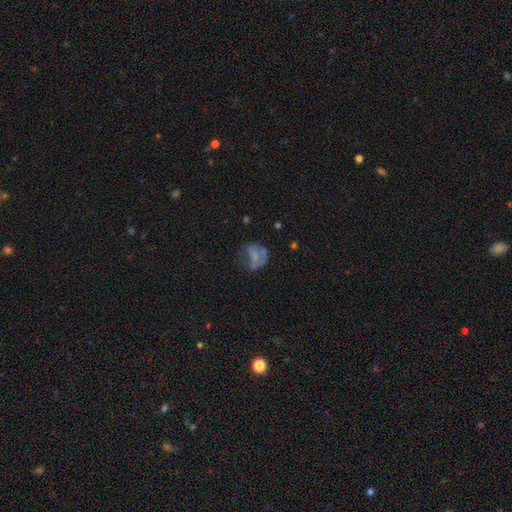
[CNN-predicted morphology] Smooth or featured: smooth — 46% (featured or disk — 40%)
Merging: major disturbance — 42% (none — 31%)